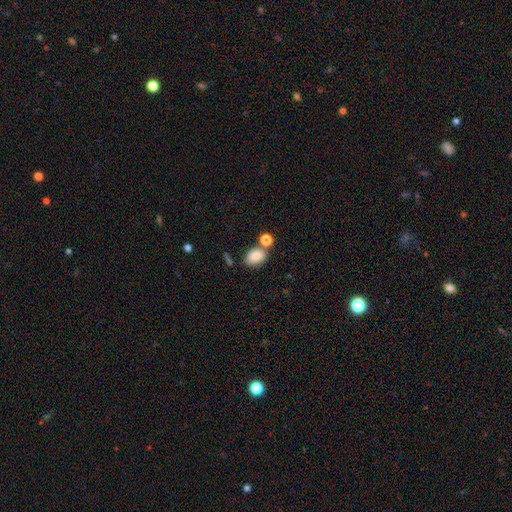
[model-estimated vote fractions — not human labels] The model was most divided on "merging": none: 58%, merger: 23%, minor disturbance: 14%, major disturbance: 5%. More confident: smooth or featured — smooth (84%); how rounded — in between (79%).